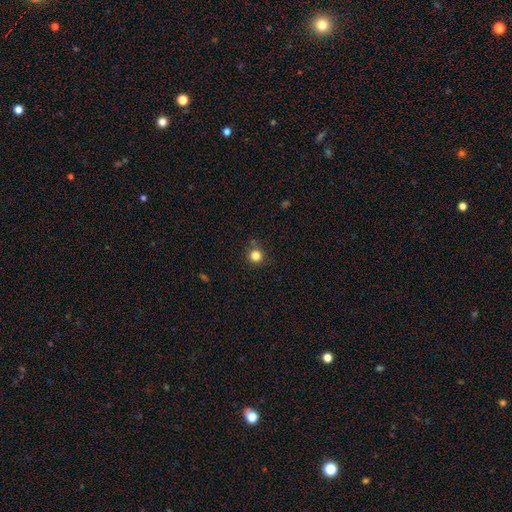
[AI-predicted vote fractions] Morphology: type=smooth (82%); roundness=round (94%); merging=none (84%).